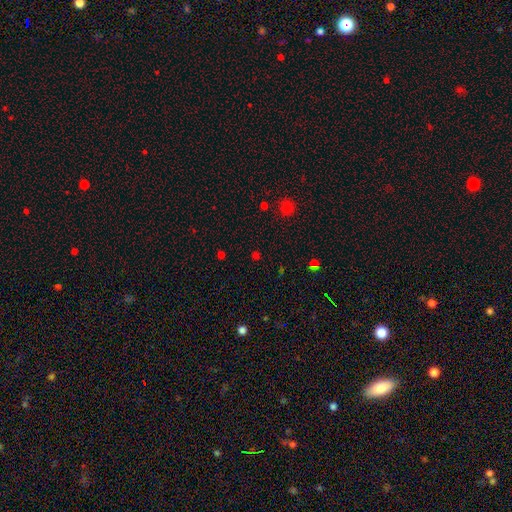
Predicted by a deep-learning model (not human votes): smooth-or-featured: star or artifact: 51% | smooth: 43% | featured or disk: 6%